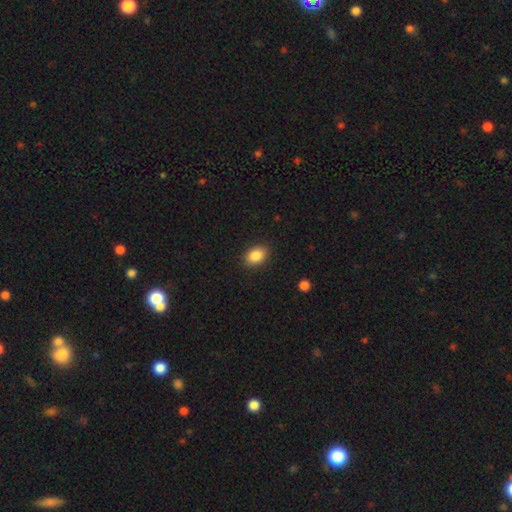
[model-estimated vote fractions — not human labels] smooth 87%, star or artifact 8%, featured or disk 4%. Down the decision tree: how rounded — in between (75%); merging — none (88%).